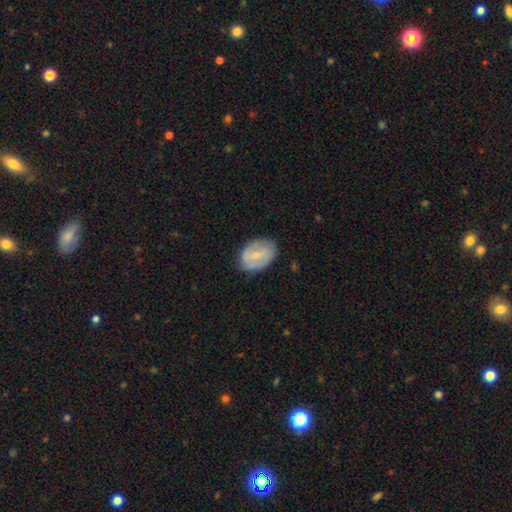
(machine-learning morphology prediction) smooth_or_featured: smooth (p=0.54) [alt: featured or disk p=0.39]
how_rounded: in between (p=0.78) [alt: round p=0.20]
merging: none (p=0.74) [alt: minor disturbance p=0.19]